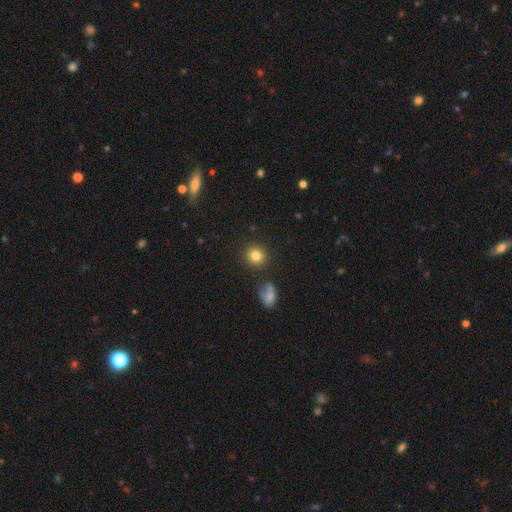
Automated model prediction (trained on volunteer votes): Q: Smooth or featured?
A: smooth (83%); runner-up: star or artifact (11%)
Q: How rounded?
A: round (86%); runner-up: in between (13%)
Q: Merging?
A: none (85%); runner-up: minor disturbance (8%)